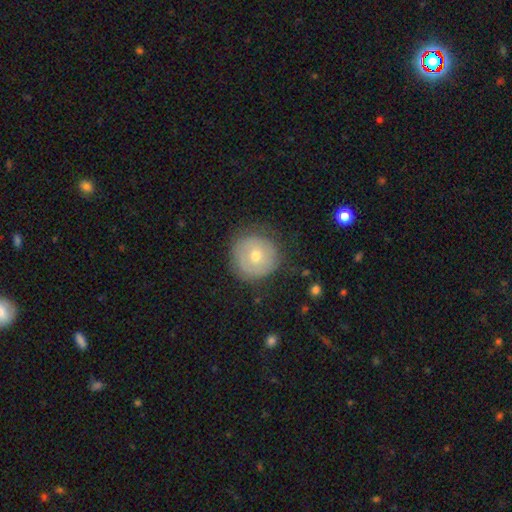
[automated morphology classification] Overall: smooth (58%; featured or disk 33%). How rounded: round (93%). Merging: none (75%).